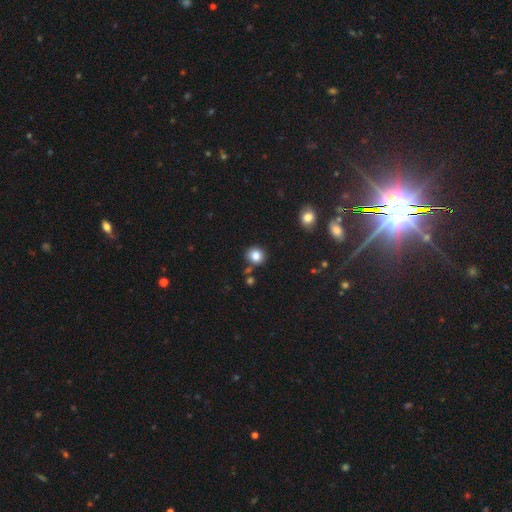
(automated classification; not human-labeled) Overall: smooth (85%). How rounded: round (85%). Merging: none (82%).